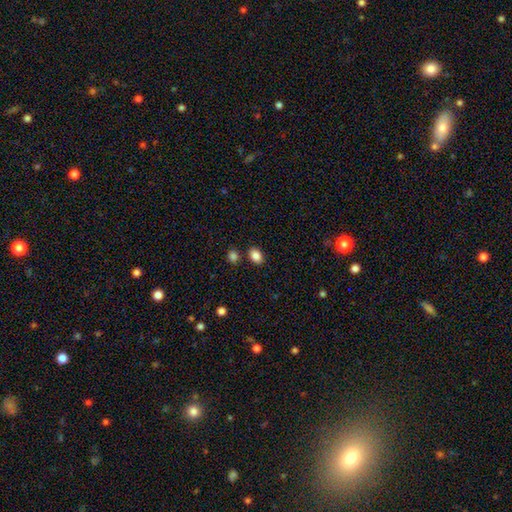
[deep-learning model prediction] smooth_or_featured: smooth (p=0.86) [alt: star or artifact p=0.10]
how_rounded: in between (p=0.72) [alt: round p=0.27]
merging: none (p=0.82) [alt: minor disturbance p=0.09]